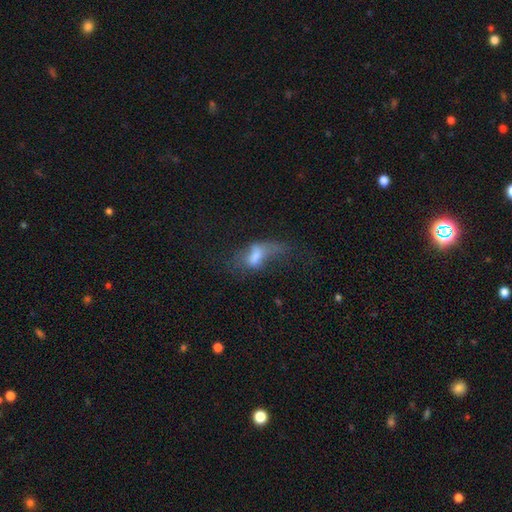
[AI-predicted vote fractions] Morphology: type=smooth (49%); merging=major disturbance (52%).